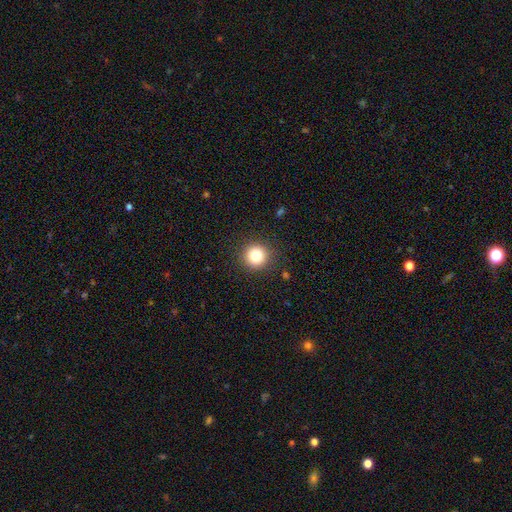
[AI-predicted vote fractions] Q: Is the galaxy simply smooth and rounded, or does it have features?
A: smooth — 83%.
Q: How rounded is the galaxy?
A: round — 94%.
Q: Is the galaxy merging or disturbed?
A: none — 90%.